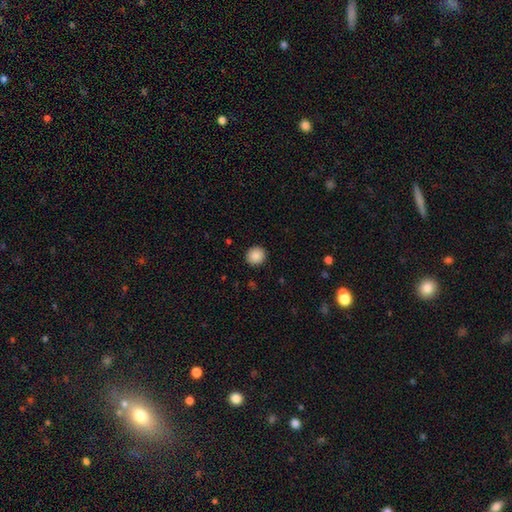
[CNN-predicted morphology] Smooth or featured? smooth (88%)
How rounded? round (89%)
Merging? none (92%)